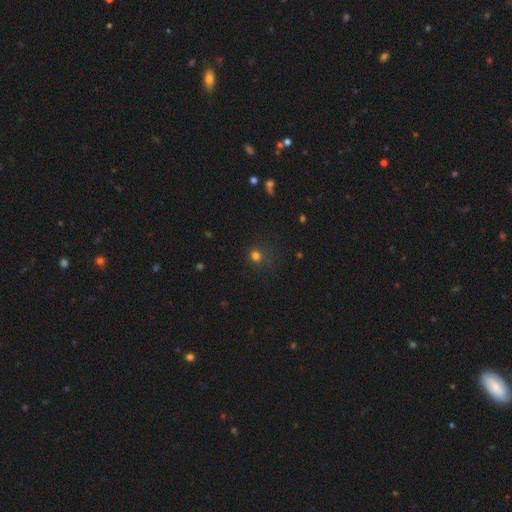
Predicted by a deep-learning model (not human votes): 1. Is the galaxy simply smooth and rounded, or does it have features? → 74% smooth, 20% star or artifact, 6% featured or disk.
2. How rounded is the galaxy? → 84% round, 15% in between, 1% cigar-shaped.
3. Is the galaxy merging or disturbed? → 76% none, 14% minor disturbance, 8% major disturbance, 2% merger.